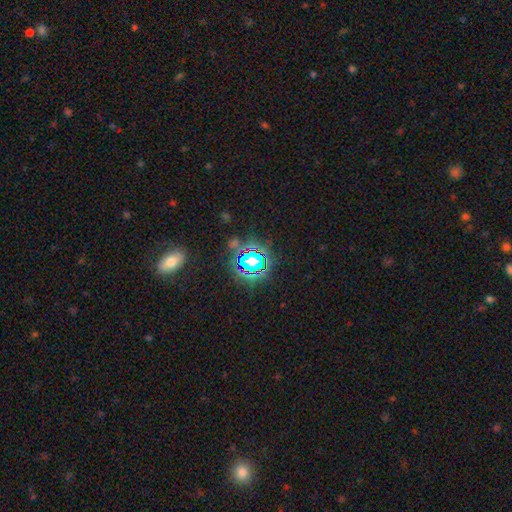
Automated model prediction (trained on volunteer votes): Smooth or featured? Predicted: star or artifact (p=0.71).